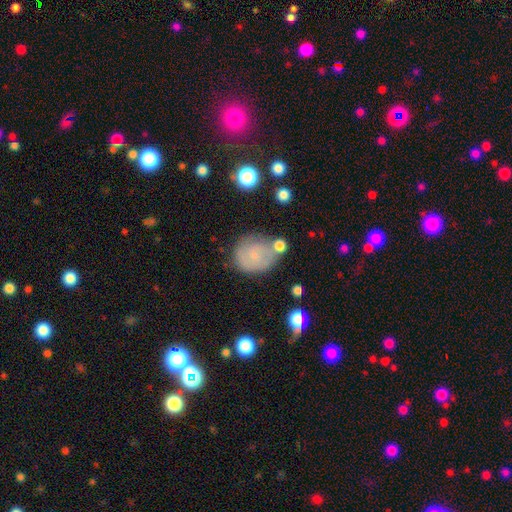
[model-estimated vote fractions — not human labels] Overall: smooth (60%; featured or disk 31%). How rounded: round (65%; in between 34%). Merging: none (58%; minor disturbance 22%).